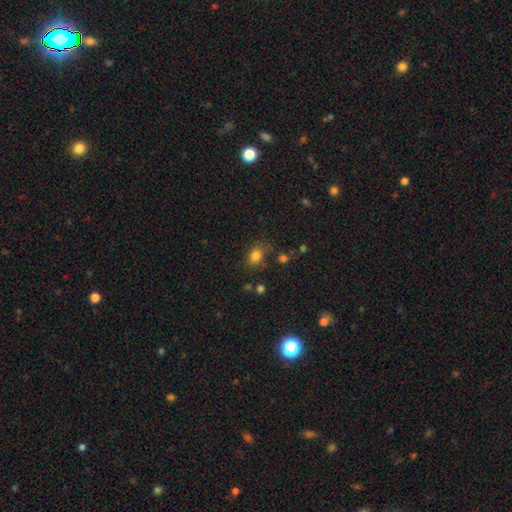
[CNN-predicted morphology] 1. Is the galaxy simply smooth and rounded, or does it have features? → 82% smooth, 12% star or artifact, 6% featured or disk.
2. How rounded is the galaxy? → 75% in between, 23% round, 1% cigar-shaped.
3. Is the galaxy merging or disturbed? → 71% none, 18% minor disturbance, 6% major disturbance, 5% merger.